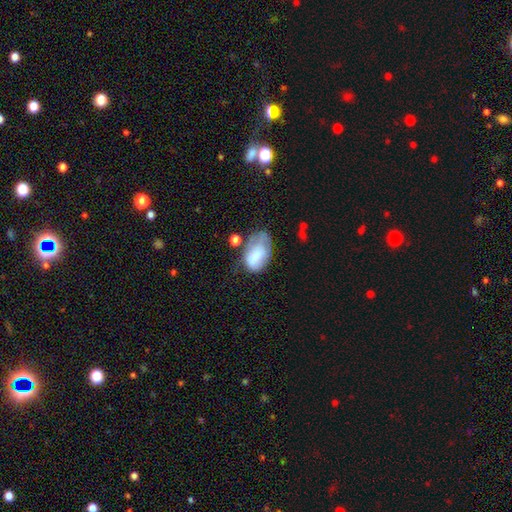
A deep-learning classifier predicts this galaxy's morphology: The model was most divided on "merging": minor disturbance: 33%, none: 32%, major disturbance: 25%, merger: 9%. More confident: how rounded — in between (90%); smooth or featured — smooth (66%).